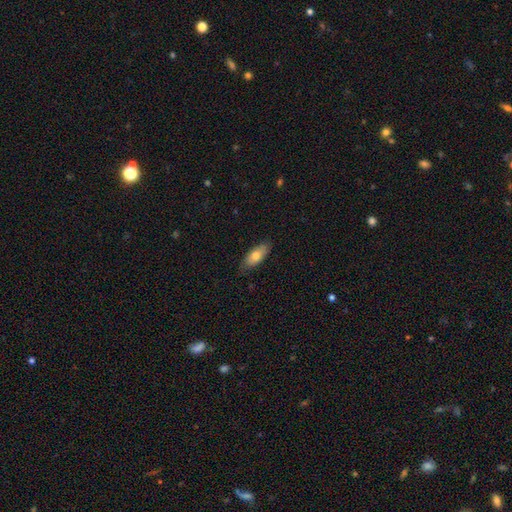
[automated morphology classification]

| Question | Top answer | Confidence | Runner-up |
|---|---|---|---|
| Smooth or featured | smooth | 72% | featured or disk (22%) |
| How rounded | in between | 82% | cigar-shaped (15%) |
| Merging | none | 81% | minor disturbance (15%) |